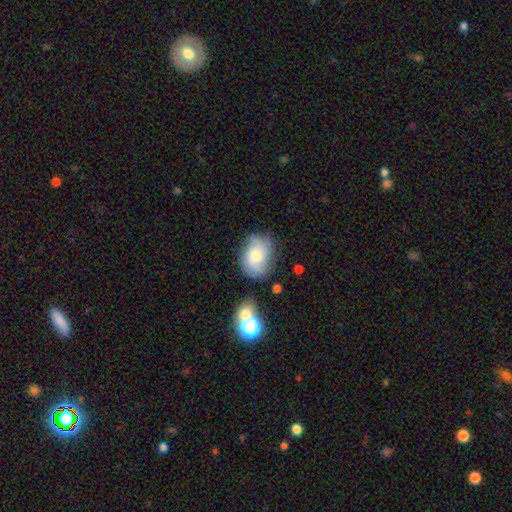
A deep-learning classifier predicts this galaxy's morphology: This is possibly a featured or disk galaxy (47%). Merging: likely none (62%).